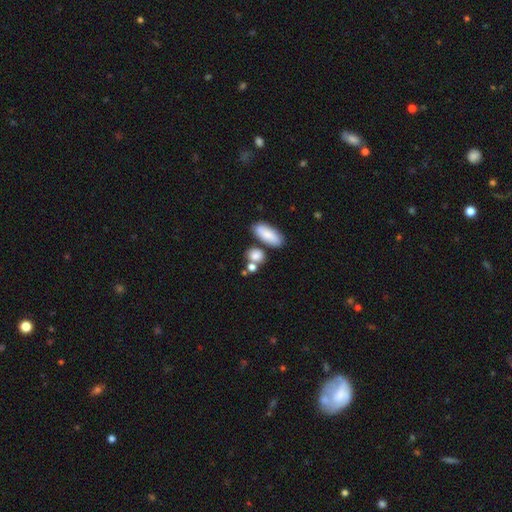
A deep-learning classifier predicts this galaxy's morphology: type=smooth (82%); roundness=round (51%); merging=none (60%).